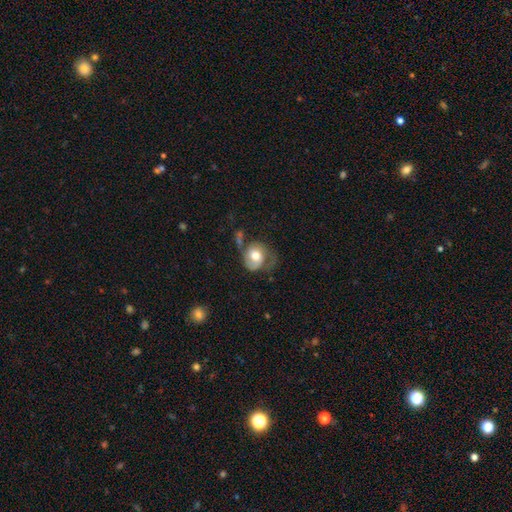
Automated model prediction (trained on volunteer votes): A featured or disk galaxy (56%) with no bar (72%), spiral arms (82%) and a moderate central bulge (63%). Merging: none (38%).